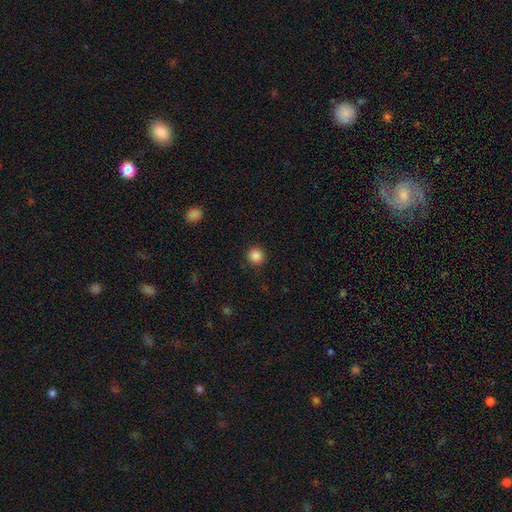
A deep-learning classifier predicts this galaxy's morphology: Smooth or featured? smooth (87%)
How rounded? round (94%)
Merging? none (91%)